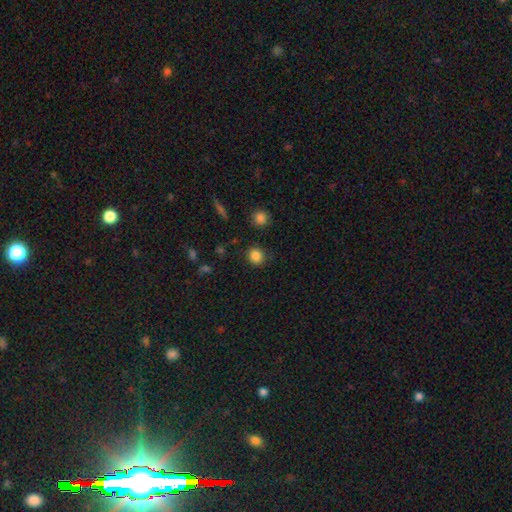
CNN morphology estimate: Smooth or featured: smooth — 85% (star or artifact — 11%)
How rounded: round — 82% (in between — 17%)
Merging: none — 86% (minor disturbance — 9%)